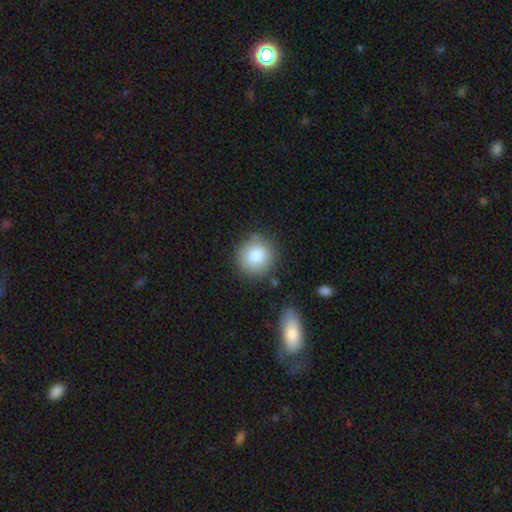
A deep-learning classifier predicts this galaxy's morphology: The model was most divided on "merging": none: 80%, minor disturbance: 12%, merger: 4%, major disturbance: 4%. More confident: how rounded — round (89%); smooth or featured — smooth (85%).